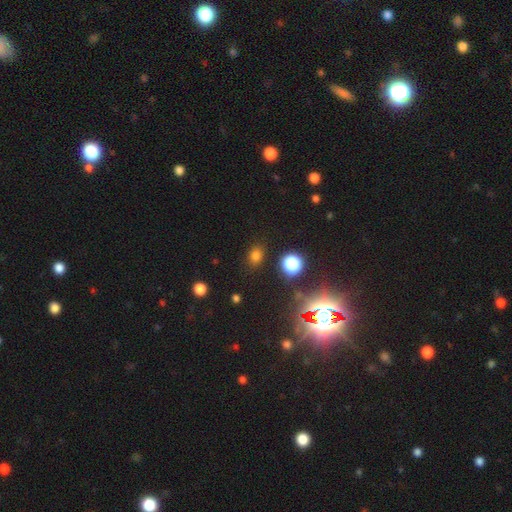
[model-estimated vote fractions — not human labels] This appears to be a smooth galaxy with no disk features (72%) that is in between round and cigar-shaped (57%). Merging: none (85%).